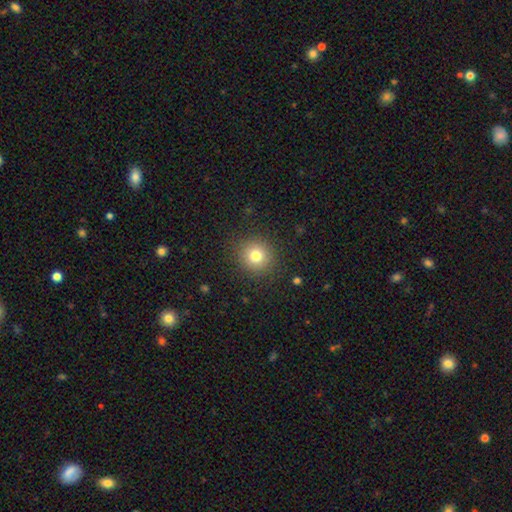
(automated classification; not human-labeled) Morphology: type=smooth (78%); roundness=round (92%); merging=none (89%).